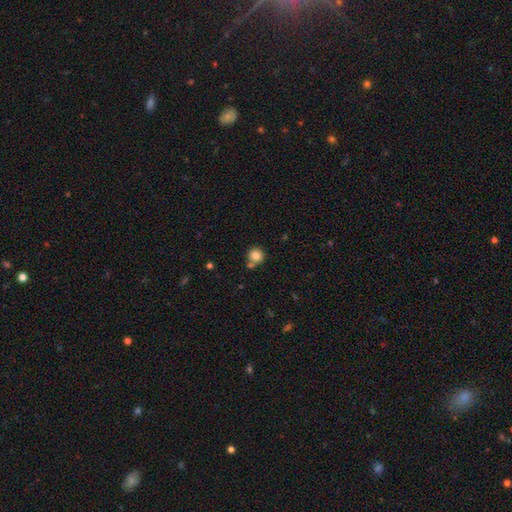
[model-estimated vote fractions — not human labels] smooth 82%, star or artifact 10%, featured or disk 8%. Down the decision tree: how rounded — round (90%); merging — none (67%).